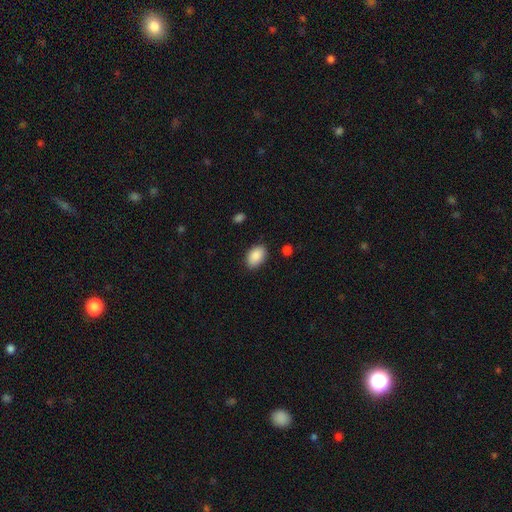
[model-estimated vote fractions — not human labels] Q: Smooth or featured?
A: smooth (89%); runner-up: star or artifact (7%)
Q: How rounded?
A: in between (89%); runner-up: round (10%)
Q: Merging?
A: none (85%); runner-up: minor disturbance (11%)